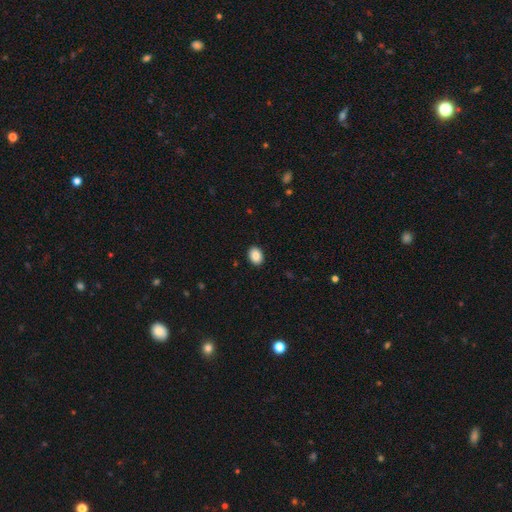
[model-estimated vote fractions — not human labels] The model was most divided on "how rounded": in between: 67%, round: 32%, cigar-shaped: 1%. More confident: merging — none (91%); smooth or featured — smooth (88%).